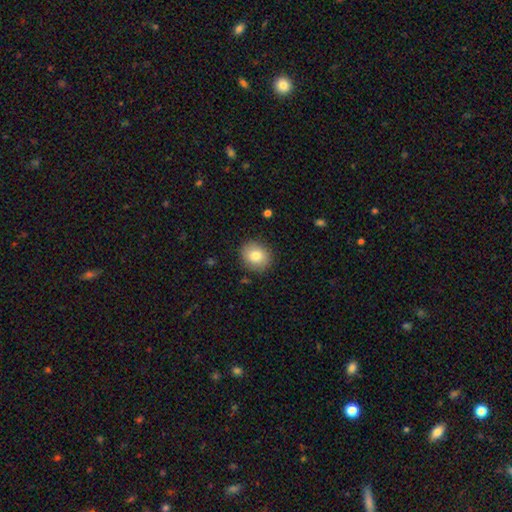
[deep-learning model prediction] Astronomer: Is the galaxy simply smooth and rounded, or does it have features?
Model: smooth — 81%.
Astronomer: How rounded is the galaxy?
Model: round — 71%.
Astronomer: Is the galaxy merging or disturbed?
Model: none — 88%.